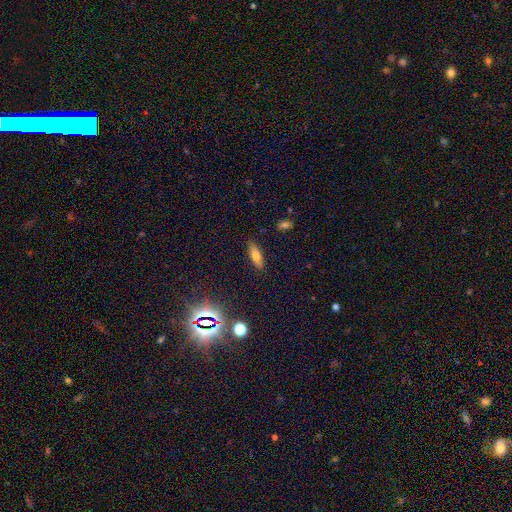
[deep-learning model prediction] Overall: smooth (67%). How rounded: in between (58%; cigar-shaped 39%). Merging: none (87%).